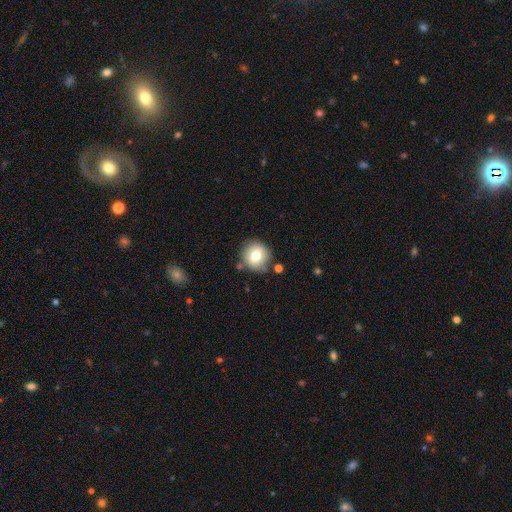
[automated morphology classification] A smooth galaxy with no disk features (74%) that is round (91%).

Vote fractions:
- Smooth or featured? smooth: 74% / featured or disk: 16% / star or artifact: 10%
- How rounded? round: 91% / in between: 8% / cigar-shaped: 1%
- Merging? none: 80% / minor disturbance: 12% / merger: 5% / major disturbance: 3%